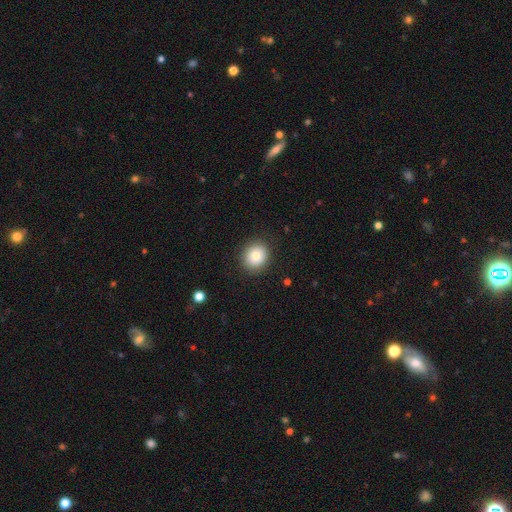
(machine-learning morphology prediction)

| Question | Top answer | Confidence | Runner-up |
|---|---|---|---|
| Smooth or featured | smooth | 82% | star or artifact (9%) |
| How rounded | round | 78% | in between (21%) |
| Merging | none | 88% | minor disturbance (8%) |